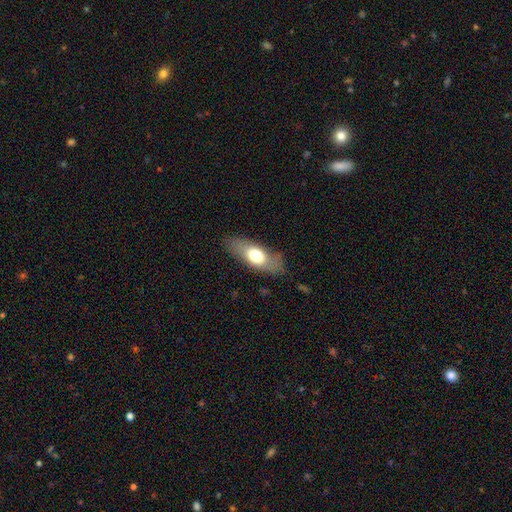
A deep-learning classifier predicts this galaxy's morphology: smooth 63%, featured or disk 31%, star or artifact 6%. Down the decision tree: how rounded — in between (75%); merging — none (77%).